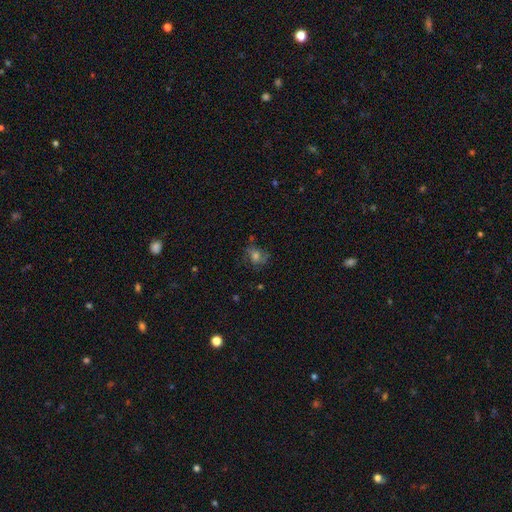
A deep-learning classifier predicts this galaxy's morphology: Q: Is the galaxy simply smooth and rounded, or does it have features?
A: smooth — 43%.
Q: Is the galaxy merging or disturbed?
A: none — 61%.